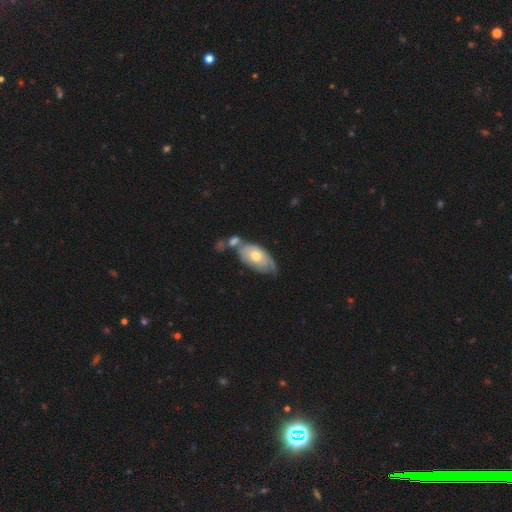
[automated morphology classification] type=featured or disk (48%); merging=merger (35%).